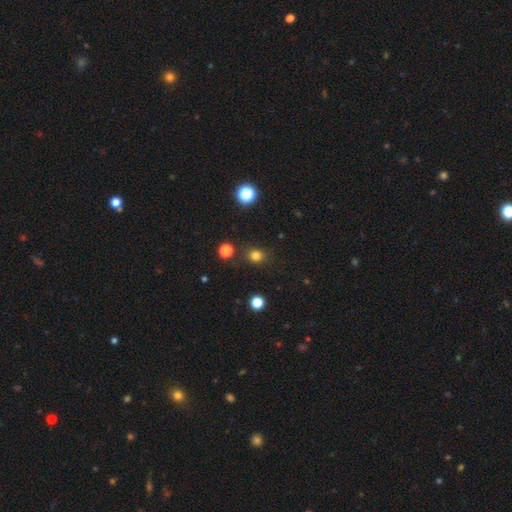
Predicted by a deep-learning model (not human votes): A smooth galaxy with no disk features (79%) that is round (79%).

Vote fractions:
- Smooth or featured? smooth: 79% / star or artifact: 16% / featured or disk: 5%
- How rounded? round: 79% / in between: 20% / cigar-shaped: 1%
- Merging? none: 86% / minor disturbance: 9% / major disturbance: 3% / merger: 3%